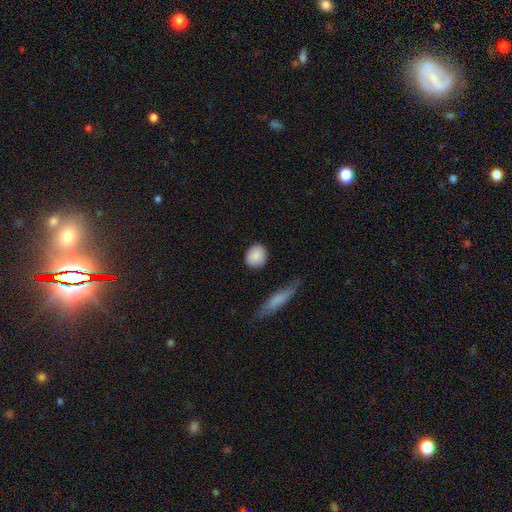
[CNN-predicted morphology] Smooth or featured? Predicted: smooth (p=0.88). How rounded? Predicted: round (p=0.81). Merging? Predicted: none (p=0.84).